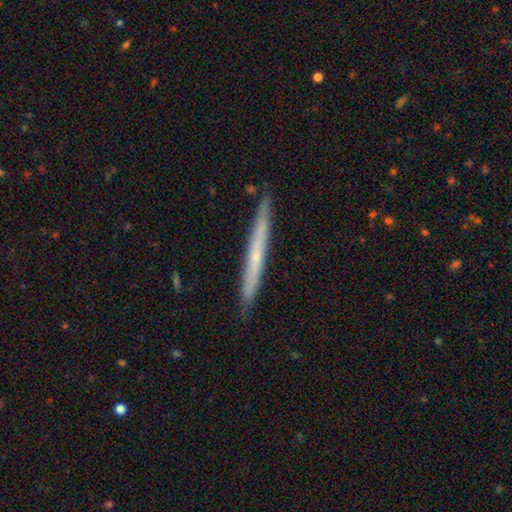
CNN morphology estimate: Smooth or featured: featured or disk — 55% (smooth — 40%)
Edge-on disk: yes — 96% (no — 4%)
Edge-on bulge: none — 66% (rounded — 31%)
Merging: none — 89% (minor disturbance — 8%)